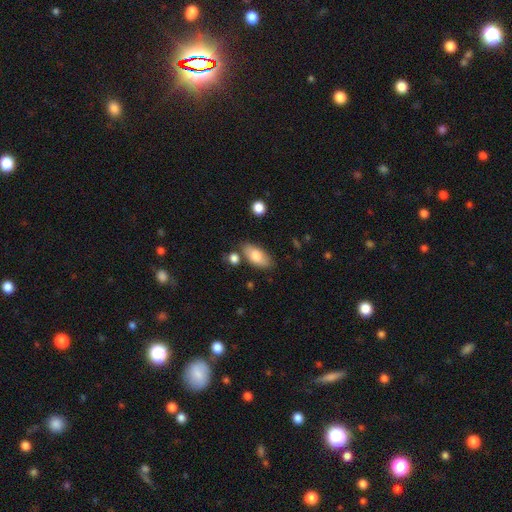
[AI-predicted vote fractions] This is clearly a smooth galaxy (81%). How rounded: clearly in between (90%). Merging: likely none (73%).